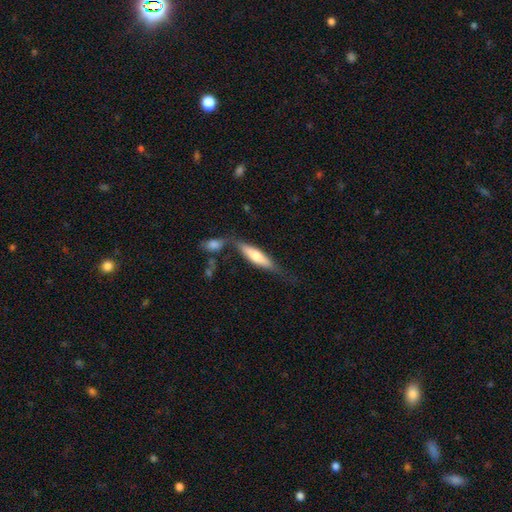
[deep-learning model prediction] smooth-or-featured: smooth: 59% | featured or disk: 36% | star or artifact: 5%
  how-rounded: cigar-shaped: 66% | in between: 32% | round: 2%
  merging: none: 51% | minor disturbance: 20% | merger: 19% | major disturbance: 9%